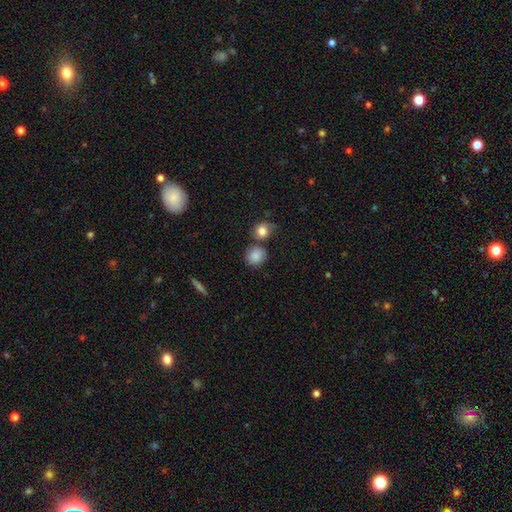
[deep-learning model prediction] This appears to be a smooth galaxy with no disk features (85%) that is round (87%). Merging: none (66%).